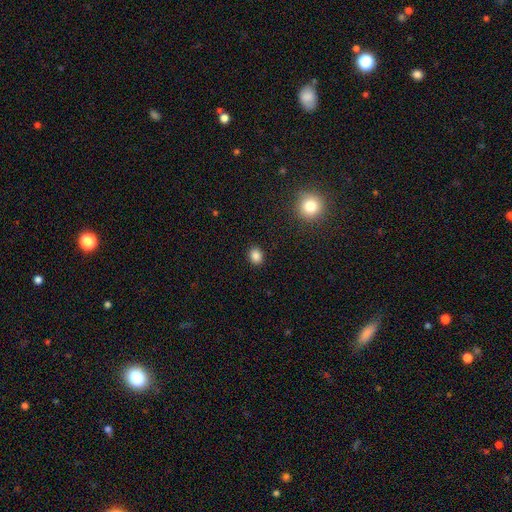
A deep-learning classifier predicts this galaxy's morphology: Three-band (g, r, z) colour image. It shows a smooth galaxy with no disk features (85%) that is round (53%). Merging: none (90%).